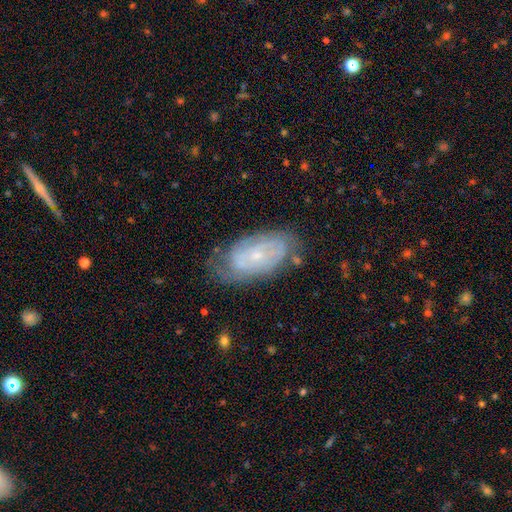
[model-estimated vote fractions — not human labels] Morphology: type=featured or disk (73%); edge-on=no (95%); bar=no (72%); spiral arms=yes (86%); winding=tight (68%); arm count=can't tell (46%); bulge=small (77%); merging=none (66%).